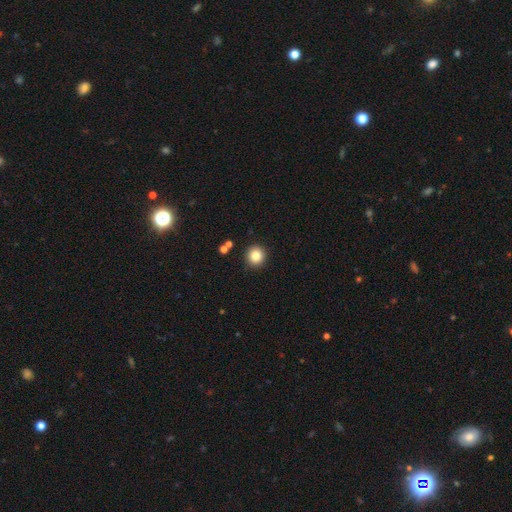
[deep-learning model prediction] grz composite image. It shows a smooth galaxy with no disk features (84%) that is round (94%). Merging: none (91%).